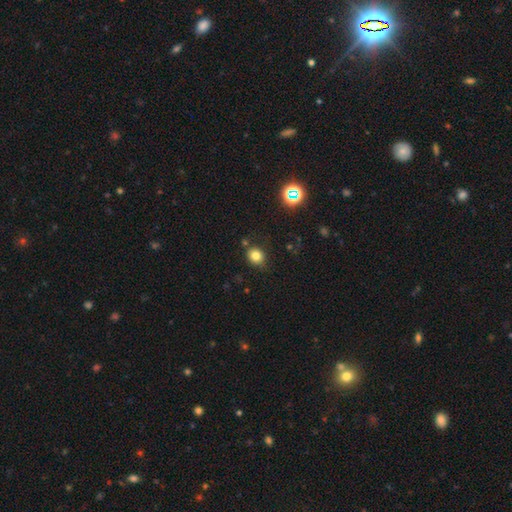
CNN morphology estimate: This appears to be a smooth galaxy with no disk features (79%) that is round (68%). Merging: none (77%).